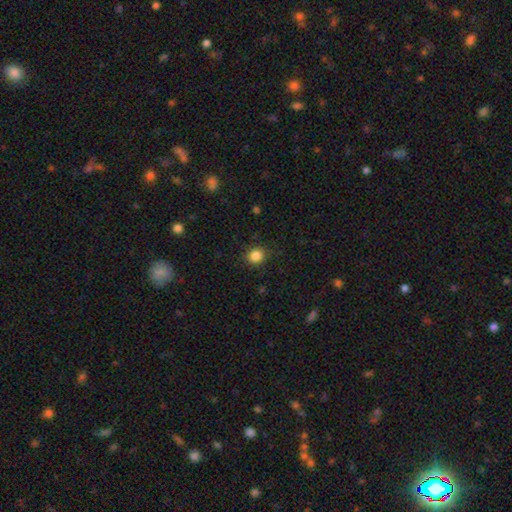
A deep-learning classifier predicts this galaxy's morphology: smooth 85%, star or artifact 11%, featured or disk 4%. Down the decision tree: how rounded — round (86%); merging — none (88%).